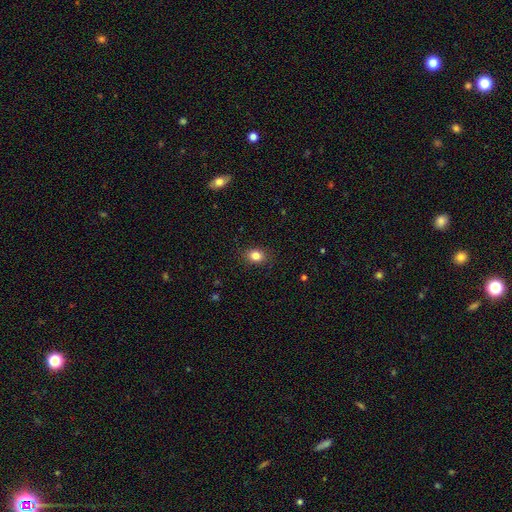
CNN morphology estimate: smooth-or-featured: smooth: 84% | star or artifact: 11% | featured or disk: 6%
  how-rounded: in between: 58% | round: 41% | cigar-shaped: 1%
  merging: none: 87% | minor disturbance: 10% | major disturbance: 3% | merger: 1%